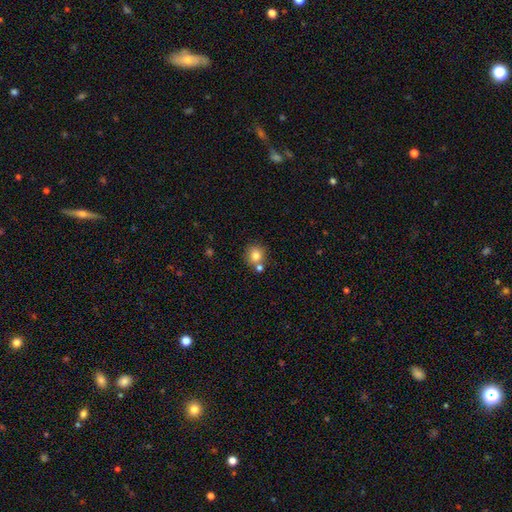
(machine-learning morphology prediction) Overall: smooth (81%). How rounded: round (85%). Merging: none (68%).